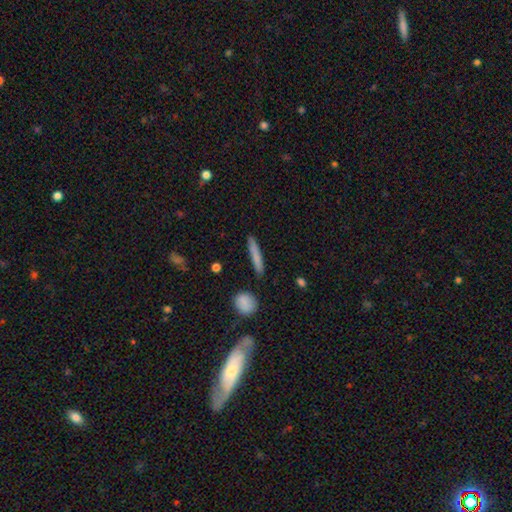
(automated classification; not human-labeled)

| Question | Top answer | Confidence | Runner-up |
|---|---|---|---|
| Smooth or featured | smooth | 74% | featured or disk (19%) |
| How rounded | cigar-shaped | 93% | in between (5%) |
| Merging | none | 88% | minor disturbance (8%) |